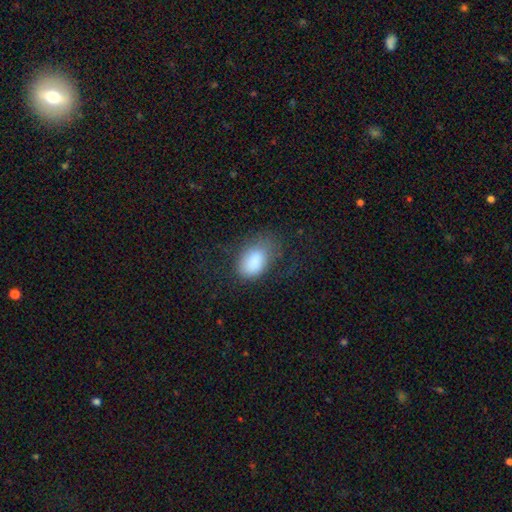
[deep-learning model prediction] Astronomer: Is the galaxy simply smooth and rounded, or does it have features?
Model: smooth — 83%.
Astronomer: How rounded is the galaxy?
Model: in between — 90%.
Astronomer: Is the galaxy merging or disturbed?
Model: none — 49% (runner-up: minor disturbance, 27%).